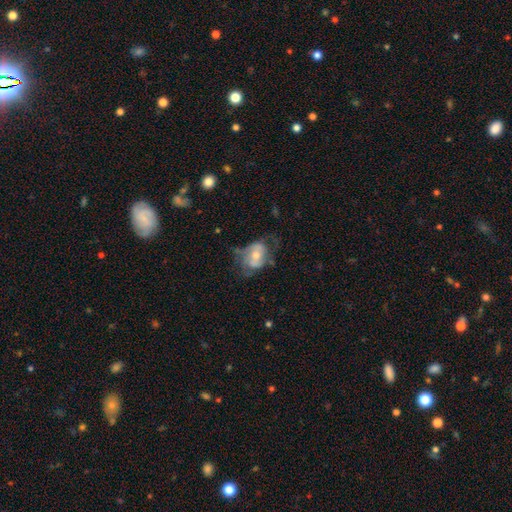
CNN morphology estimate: type=featured or disk (56%); edge-on=no (96%); bar=no (71%); spiral arms=yes (52%); bulge=moderate (59%); merging=none (40%).